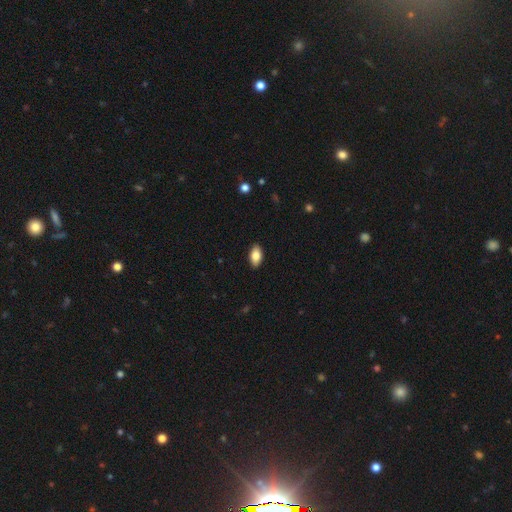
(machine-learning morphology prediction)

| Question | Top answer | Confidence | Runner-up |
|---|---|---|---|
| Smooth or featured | smooth | 83% | featured or disk (10%) |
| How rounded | in between | 92% | round (4%) |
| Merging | none | 89% | minor disturbance (8%) |